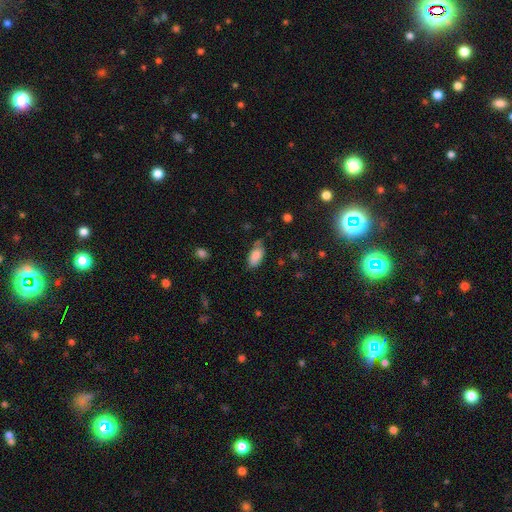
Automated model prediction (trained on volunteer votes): Q: Smooth or featured?
A: smooth (83%); runner-up: featured or disk (10%)
Q: How rounded?
A: in between (92%); runner-up: cigar-shaped (5%)
Q: Merging?
A: none (61%); runner-up: minor disturbance (29%)